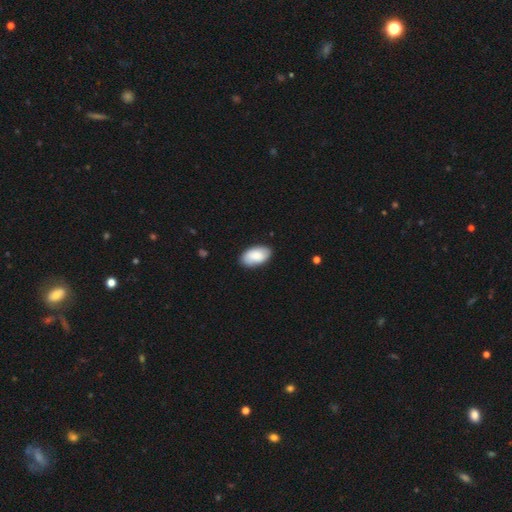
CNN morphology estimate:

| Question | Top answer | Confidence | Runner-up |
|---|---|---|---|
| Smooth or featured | smooth | 83% | featured or disk (11%) |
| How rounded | in between | 95% | round (3%) |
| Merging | none | 85% | minor disturbance (12%) |